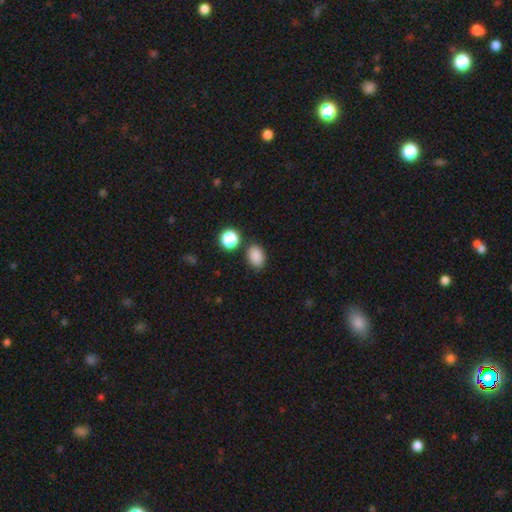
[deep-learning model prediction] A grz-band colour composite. It shows a smooth galaxy with no disk features (86%) that is in between round and cigar-shaped (76%). Merging: none (80%).